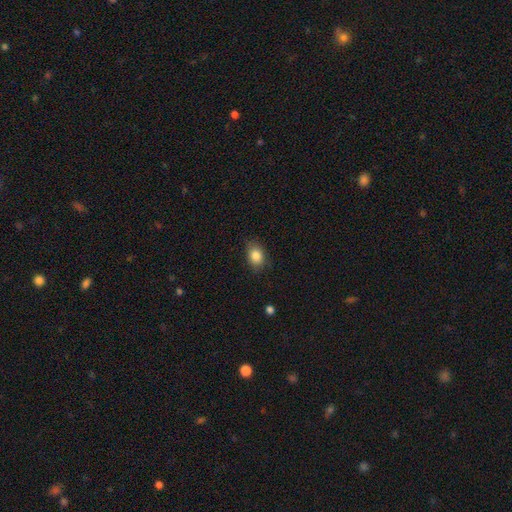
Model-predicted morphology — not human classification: Q: Smooth or featured?
A: smooth (85%); runner-up: star or artifact (9%)
Q: How rounded?
A: in between (70%); runner-up: round (28%)
Q: Merging?
A: none (78%); runner-up: minor disturbance (17%)